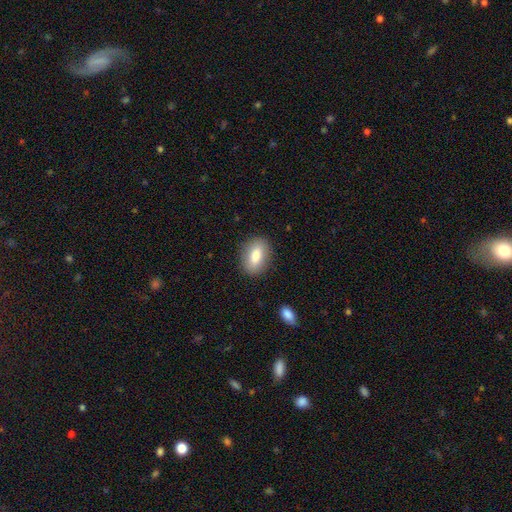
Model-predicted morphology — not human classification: Smooth or featured?
  - smooth: 81% *
  - featured or disk: 12%
  - star or artifact: 7%
How rounded?
  - in between: 86% *
  - round: 12%
  - cigar-shaped: 3%
Merging?
  - none: 86% *
  - minor disturbance: 9%
  - major disturbance: 3%
  - merger: 1%